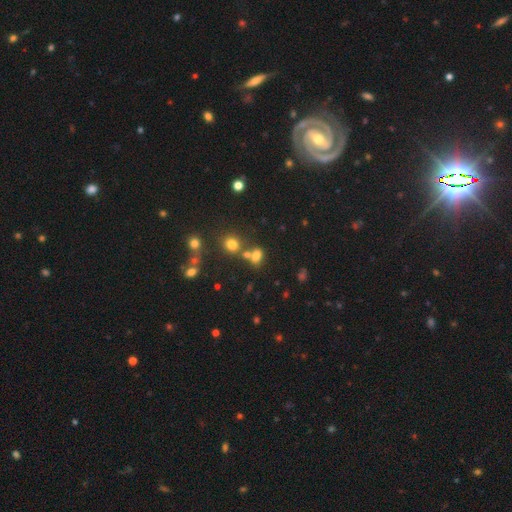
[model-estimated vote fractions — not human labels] This is likely a smooth galaxy (71%). How rounded: likely in between (66%). Merging: possibly none (50%).